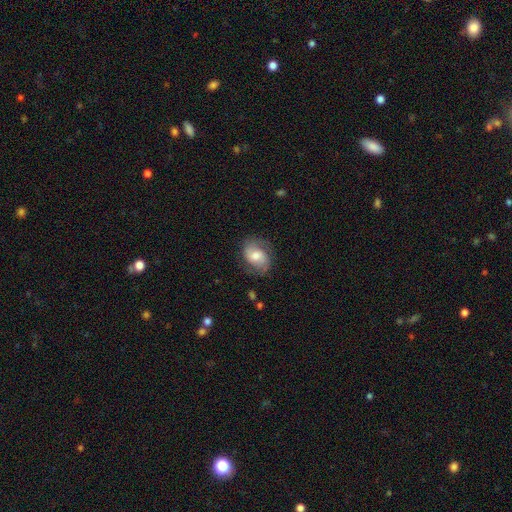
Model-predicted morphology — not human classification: featured or disk 58%, smooth 35%, star or artifact 8%. Down the decision tree: edge-on disk — no (97%); bar — no (51%); spiral arms — yes (87%); bulge size — moderate (61%); merging — none (72%).